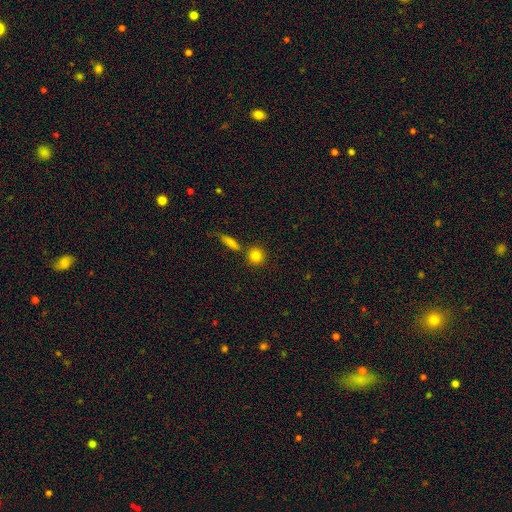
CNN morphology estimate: The model was most divided on "merging": none: 76%, merger: 13%, minor disturbance: 8%, major disturbance: 3%. More confident: how rounded — round (89%); smooth or featured — smooth (83%).